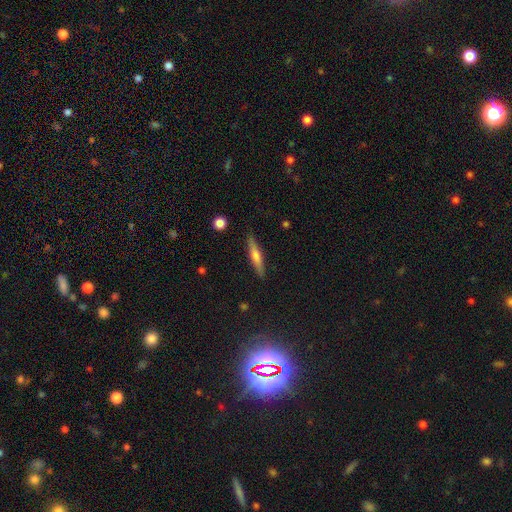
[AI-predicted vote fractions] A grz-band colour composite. It shows a smooth galaxy with no disk features (48%). Merging: none (89%).